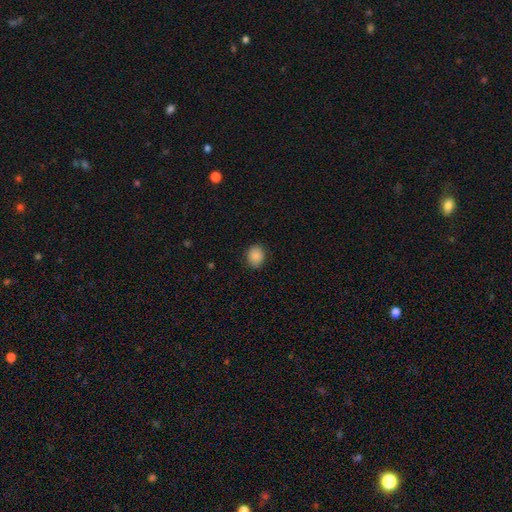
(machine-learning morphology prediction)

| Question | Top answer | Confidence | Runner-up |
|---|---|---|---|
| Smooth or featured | smooth | 88% | star or artifact (9%) |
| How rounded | round | 59% | in between (40%) |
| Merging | none | 87% | minor disturbance (9%) |